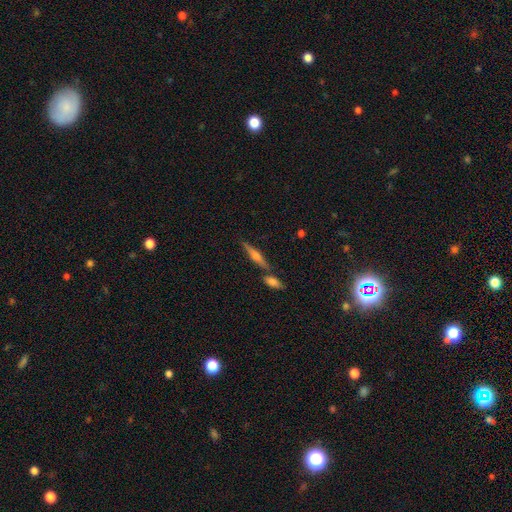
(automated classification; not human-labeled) A featured or disk galaxy (64%) viewed edge-on (95%) with a rounded central bulge (83%).

Vote fractions:
- Smooth or featured? featured or disk: 64% / smooth: 23% / star or artifact: 13%
- Edge-on disk? yes: 95% / no: 5%
- Edge-on bulge? rounded: 83% / boxy: 11% / none: 7%
- Merging? none: 70% / merger: 18% / minor disturbance: 9% / major disturbance: 3%